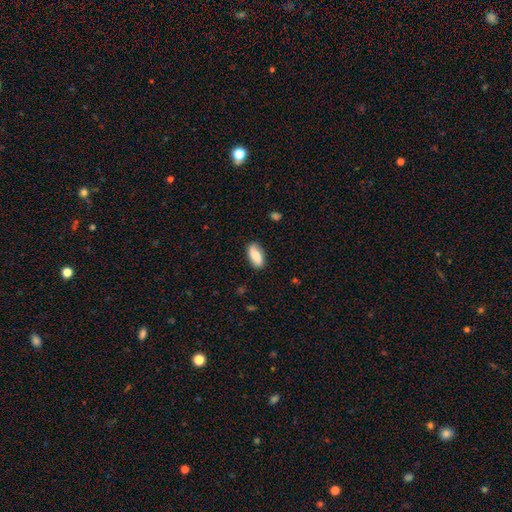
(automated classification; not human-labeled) Q: Smooth or featured?
A: smooth (74%); runner-up: featured or disk (20%)
Q: How rounded?
A: in between (89%); runner-up: cigar-shaped (7%)
Q: Merging?
A: none (83%); runner-up: minor disturbance (13%)